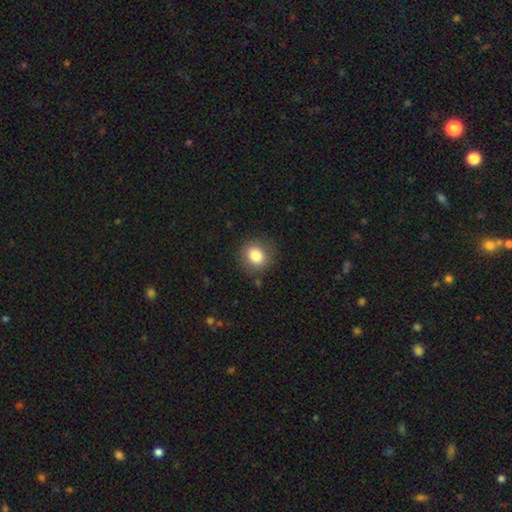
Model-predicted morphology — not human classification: A smooth galaxy with no disk features (83%) that is round (78%). Merging: none (85%).